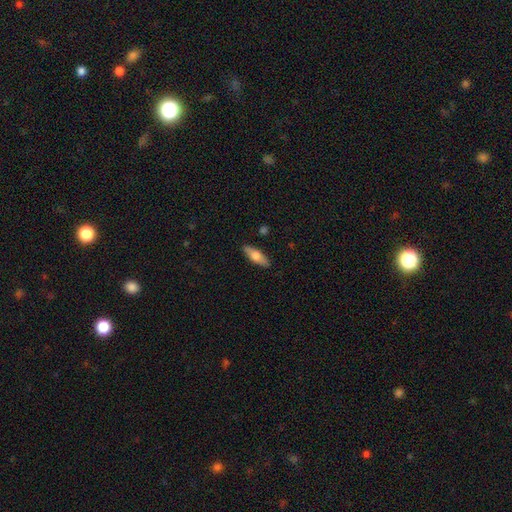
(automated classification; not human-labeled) Morphology: type=smooth (63%); roundness=in between (56%); merging=none (88%).